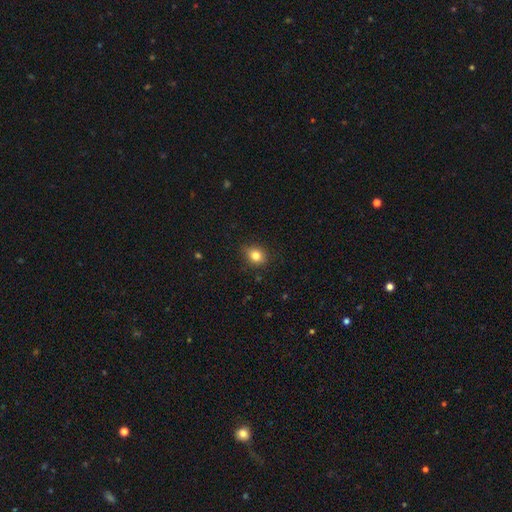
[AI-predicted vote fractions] Overall: smooth (81%). How rounded: round (65%; in between 34%). Merging: none (83%).